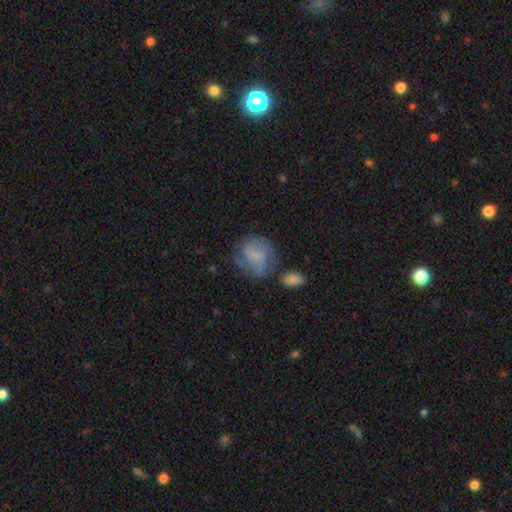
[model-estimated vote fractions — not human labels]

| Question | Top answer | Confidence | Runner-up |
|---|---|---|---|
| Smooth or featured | smooth | 56% | featured or disk (35%) |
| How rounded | round | 68% | in between (31%) |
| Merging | none | 53% | minor disturbance (23%) |